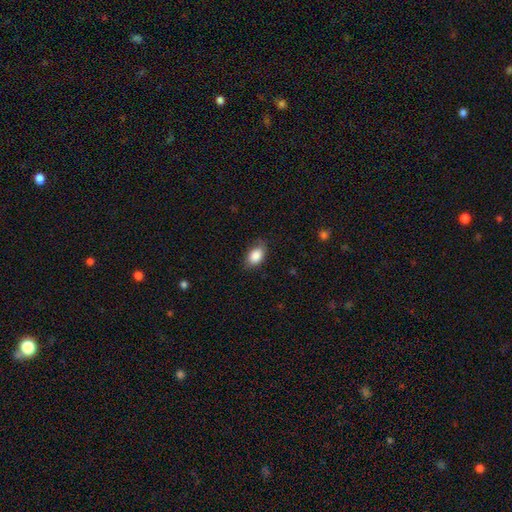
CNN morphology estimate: type=smooth (87%); roundness=in between (88%); merging=none (76%).